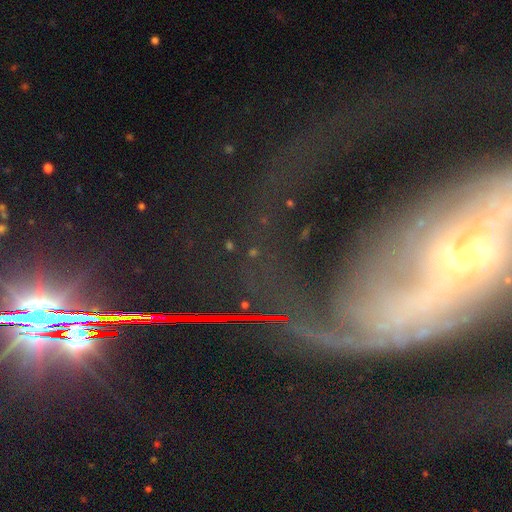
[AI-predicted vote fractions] A featured or disk galaxy (70%) with no bar (37%), spiral arms (79%) and a small central bulge (48%). Merging: major disturbance (41%).